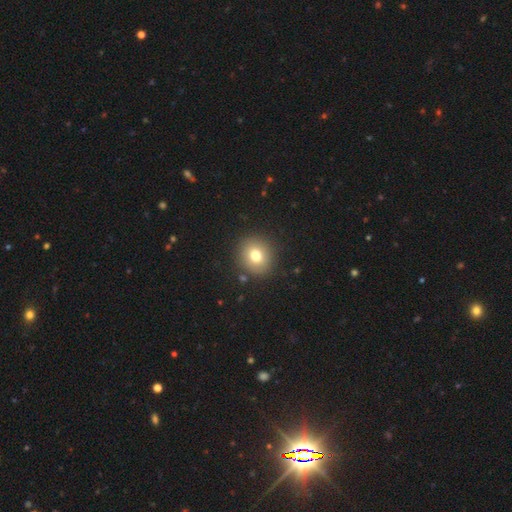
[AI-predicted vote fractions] Overall: smooth (76%). How rounded: round (84%). Merging: none (89%).